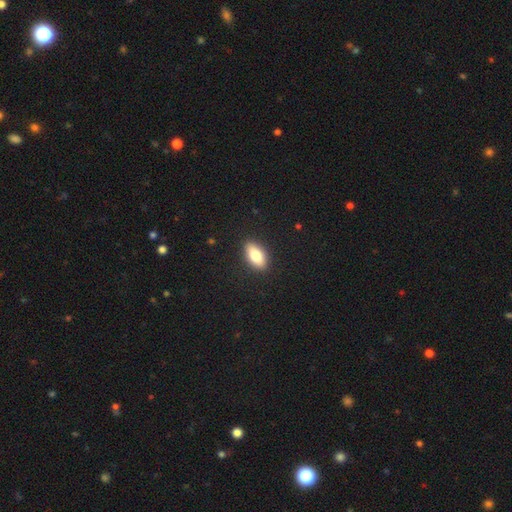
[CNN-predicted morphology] smooth-or-featured: smooth: 79% | featured or disk: 14% | star or artifact: 7%
  how-rounded: in between: 87% | cigar-shaped: 9% | round: 4%
  merging: none: 89% | minor disturbance: 8% | major disturbance: 2% | merger: 1%